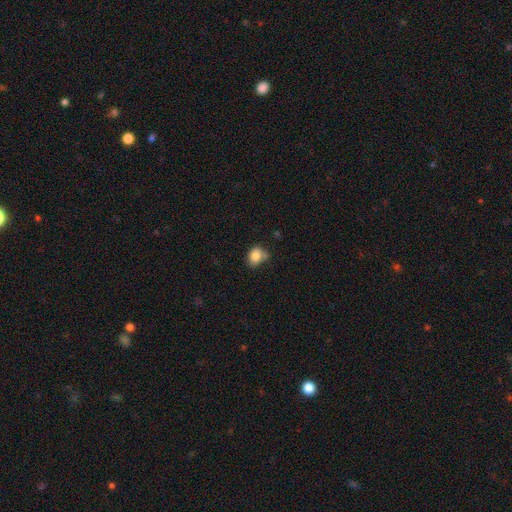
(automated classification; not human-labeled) smooth 83%, star or artifact 10%, featured or disk 8%. Down the decision tree: how rounded — in between (59%); merging — none (53%).